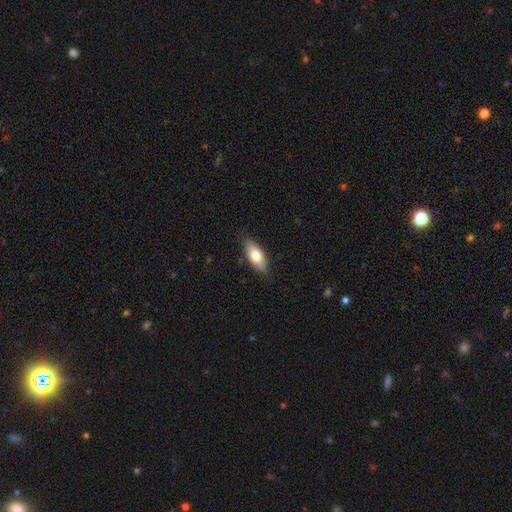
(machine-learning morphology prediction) Q: Smooth or featured?
A: smooth (73%); runner-up: featured or disk (21%)
Q: How rounded?
A: in between (83%); runner-up: cigar-shaped (15%)
Q: Merging?
A: none (84%); runner-up: minor disturbance (13%)